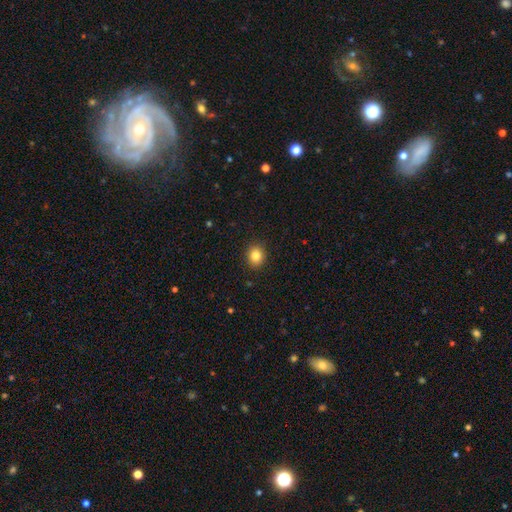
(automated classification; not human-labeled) This appears to be a smooth galaxy with no disk features (83%) that is round (70%). Merging: none (90%).